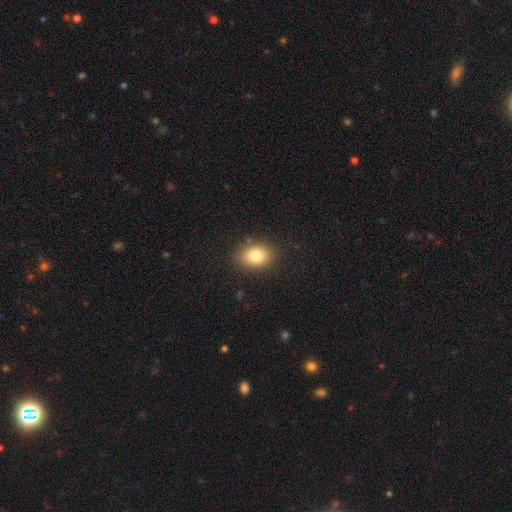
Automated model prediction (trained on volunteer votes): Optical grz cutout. It shows a smooth galaxy with no disk features (81%) that is in between round and cigar-shaped (73%). Merging: none (86%).